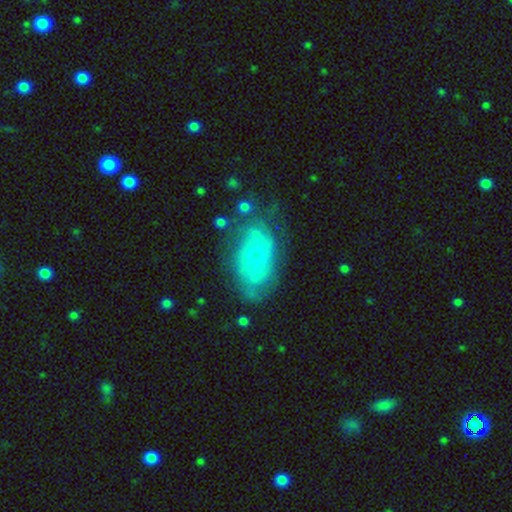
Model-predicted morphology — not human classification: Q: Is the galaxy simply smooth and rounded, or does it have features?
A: featured or disk — 59%.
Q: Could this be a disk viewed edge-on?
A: no — 96%.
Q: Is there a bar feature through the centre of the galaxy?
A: no — 82%.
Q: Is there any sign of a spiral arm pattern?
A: yes — 70%.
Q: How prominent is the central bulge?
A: small — 78%.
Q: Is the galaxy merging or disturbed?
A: none — 56%.